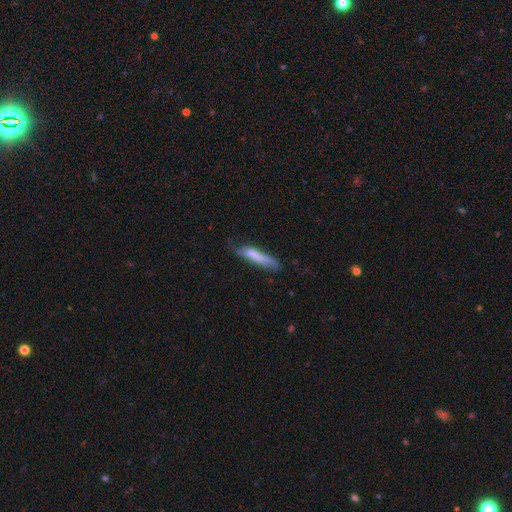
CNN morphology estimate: Smooth or featured? smooth (70%)
How rounded? cigar-shaped (85%)
Merging? none (50%)